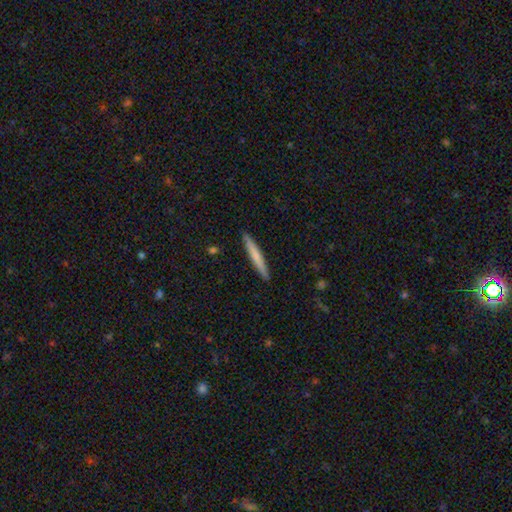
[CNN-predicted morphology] smooth-or-featured: smooth: 68% | featured or disk: 27% | star or artifact: 5%
  how-rounded: cigar-shaped: 96% | in between: 3% | round: 1%
  merging: none: 92% | minor disturbance: 6% | major disturbance: 1% | merger: 1%